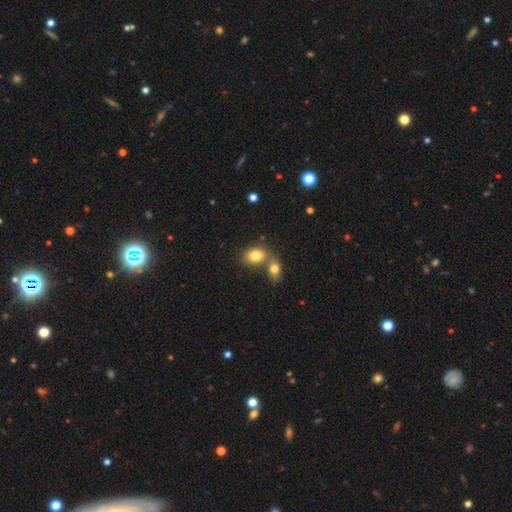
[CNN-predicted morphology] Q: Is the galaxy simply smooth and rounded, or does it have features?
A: smooth — 82%.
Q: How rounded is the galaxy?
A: in between — 75%.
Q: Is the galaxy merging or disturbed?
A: merger — 49%.